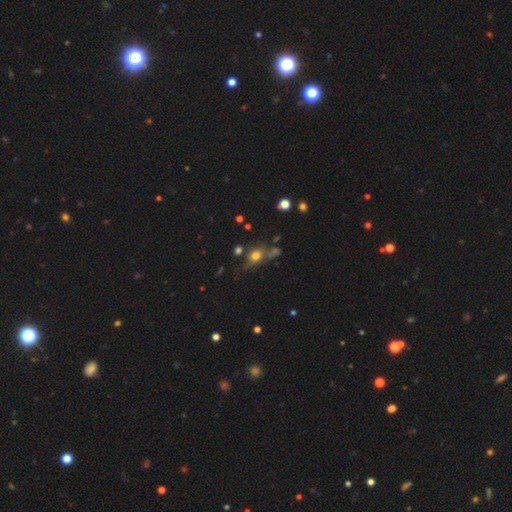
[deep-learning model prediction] A smooth galaxy with no disk features (64%) that is round (60%). Merging: none (52%).